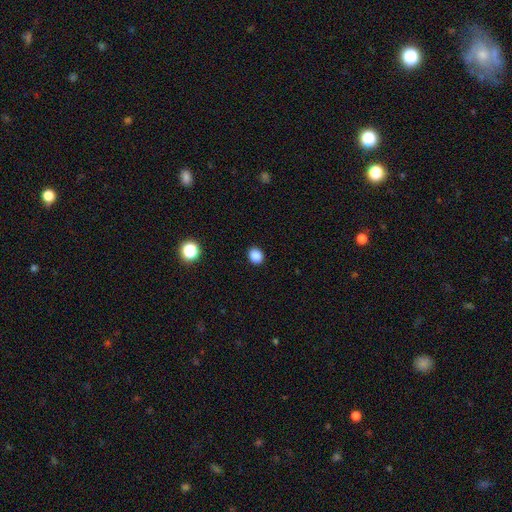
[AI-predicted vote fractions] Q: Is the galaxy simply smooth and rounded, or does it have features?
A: smooth — 87%.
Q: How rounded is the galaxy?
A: round — 67%.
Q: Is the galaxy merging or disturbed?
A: none — 91%.